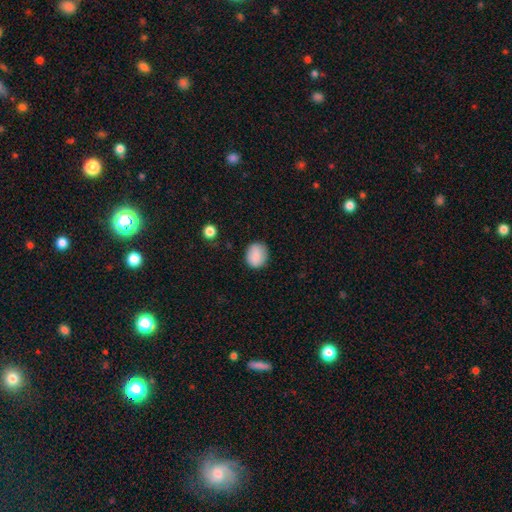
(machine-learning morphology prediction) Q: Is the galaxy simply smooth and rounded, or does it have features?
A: smooth — 87%.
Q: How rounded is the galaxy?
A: round — 68%.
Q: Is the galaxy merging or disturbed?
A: none — 82%.